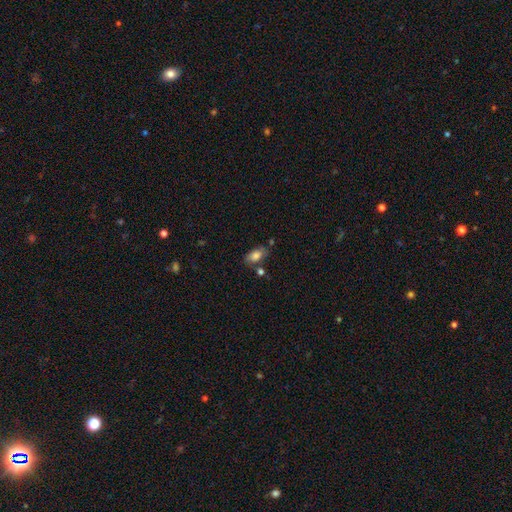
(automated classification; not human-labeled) Smooth or featured? smooth (78%)
How rounded? in between (90%)
Merging? none (65%)